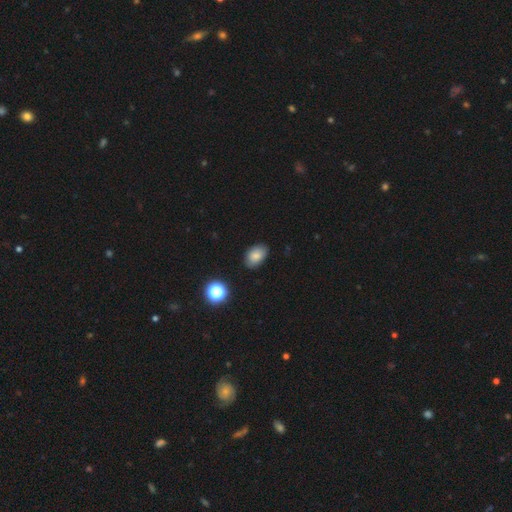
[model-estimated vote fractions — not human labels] Morphology: type=smooth (81%); roundness=in between (86%); merging=none (83%).